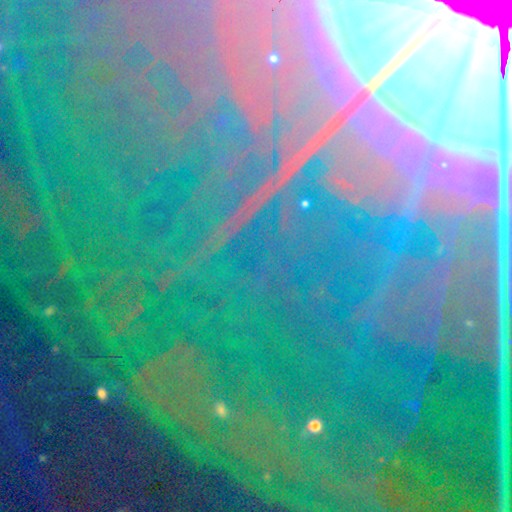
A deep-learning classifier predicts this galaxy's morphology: Overall: star or artifact (84%).